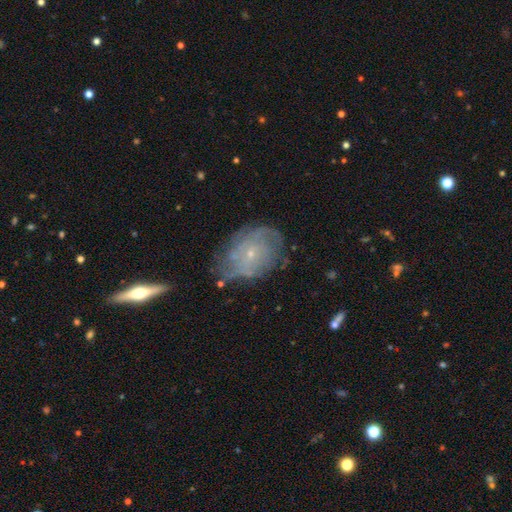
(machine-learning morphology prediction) Overall: featured or disk (71%). Edge-on disk: no (92%). Bar: no (80%). Spiral arms: yes (85%). Spiral arm count: can't tell (50%; 2 15%). Spiral winding: tight (68%). Bulge size: small (81%). Merging: none (72%).